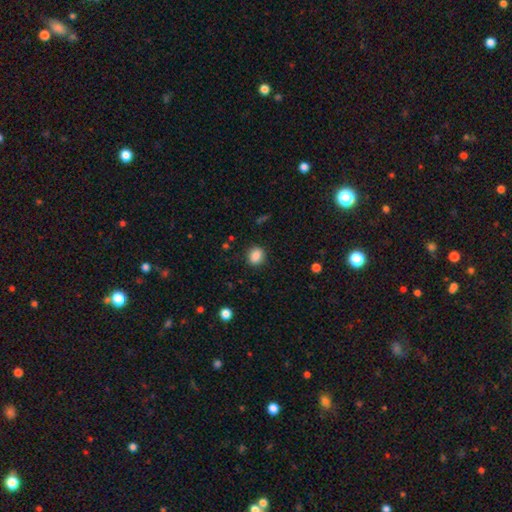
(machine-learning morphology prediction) type=smooth (87%); roundness=round (55%); merging=none (88%).